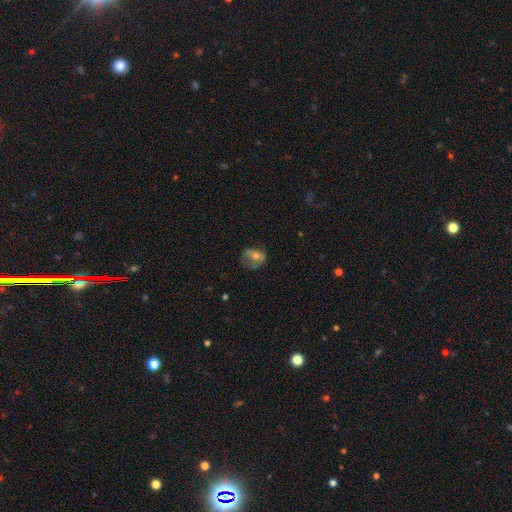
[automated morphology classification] smooth-or-featured: smooth: 55% | featured or disk: 34% | star or artifact: 11%
  how-rounded: in between: 50% | round: 49% | cigar-shaped: 2%
  merging: none: 48% | minor disturbance: 28% | major disturbance: 22% | merger: 2%